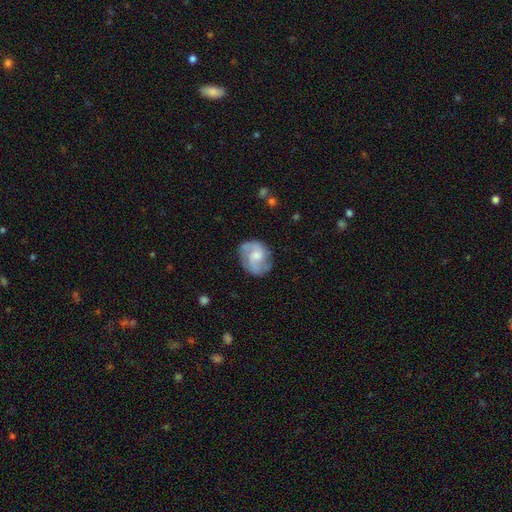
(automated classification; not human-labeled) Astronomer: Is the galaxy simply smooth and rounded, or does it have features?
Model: featured or disk — 73%.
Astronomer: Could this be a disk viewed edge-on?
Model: no — 98%.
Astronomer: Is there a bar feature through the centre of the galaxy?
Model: no — 51% (runner-up: weak, 42%).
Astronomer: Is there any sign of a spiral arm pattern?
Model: yes — 93%.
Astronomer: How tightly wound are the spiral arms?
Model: medium — 51% (runner-up: loose, 27%).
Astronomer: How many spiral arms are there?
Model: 2 — 83%.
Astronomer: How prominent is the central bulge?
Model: moderate — 43% (runner-up: small, 34%).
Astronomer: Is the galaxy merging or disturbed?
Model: none — 73%.